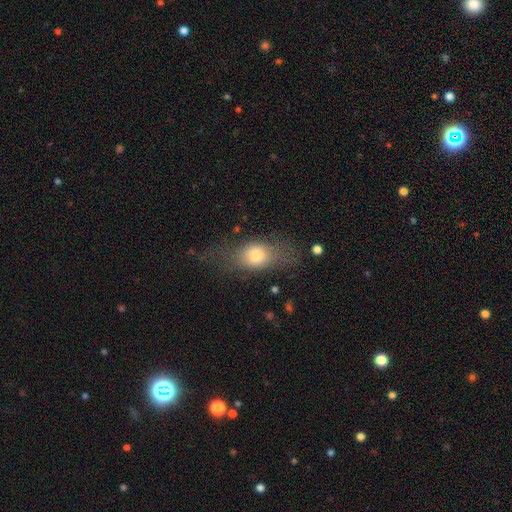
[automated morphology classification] Smooth or featured? Predicted: smooth (p=0.70). How rounded? Predicted: in between (p=0.70). Merging? Predicted: none (p=0.46).